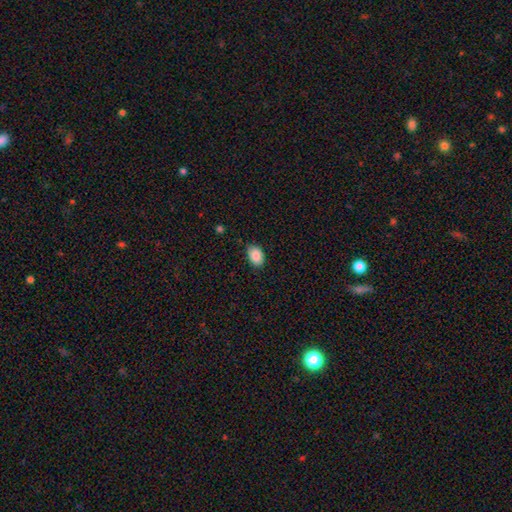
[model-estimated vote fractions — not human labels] A smooth galaxy with no disk features (88%) that is in between round and cigar-shaped (86%).

Vote fractions:
- Smooth or featured? smooth: 88% / star or artifact: 7% / featured or disk: 4%
- How rounded? in between: 86% / round: 13% / cigar-shaped: 1%
- Merging? none: 79% / minor disturbance: 18% / major disturbance: 3% / merger: 1%